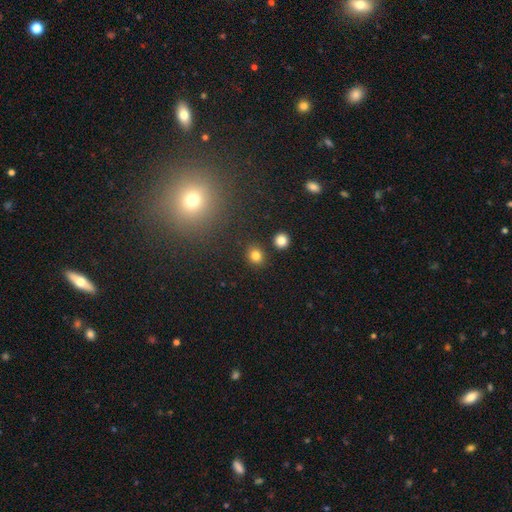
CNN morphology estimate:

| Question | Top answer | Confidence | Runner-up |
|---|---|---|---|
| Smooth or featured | smooth | 80% | star or artifact (13%) |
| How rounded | round | 72% | in between (27%) |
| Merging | none | 85% | minor disturbance (8%) |